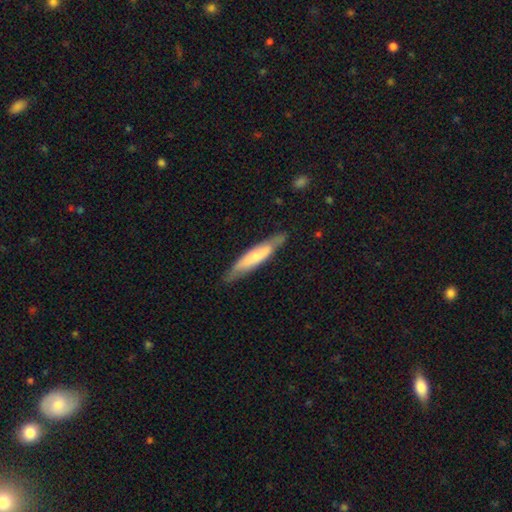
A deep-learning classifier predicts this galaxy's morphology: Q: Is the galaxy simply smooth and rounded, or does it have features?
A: smooth — 58%.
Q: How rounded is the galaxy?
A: cigar-shaped — 85%.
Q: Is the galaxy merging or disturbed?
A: none — 80%.